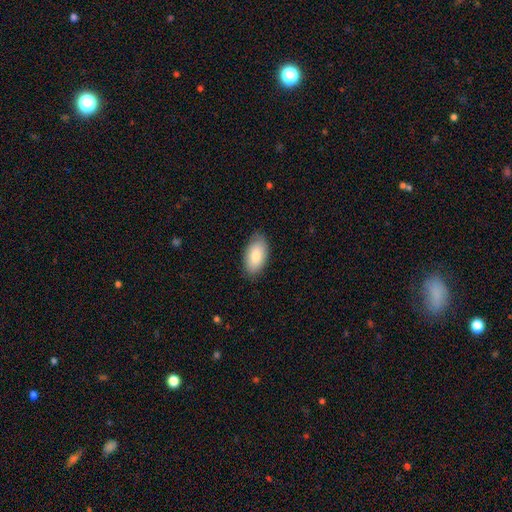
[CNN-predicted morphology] smooth 81%, featured or disk 13%, star or artifact 6%. Down the decision tree: how rounded — in between (94%); merging — none (83%).